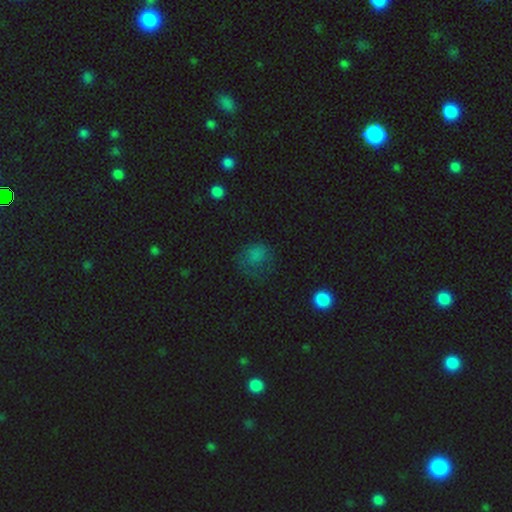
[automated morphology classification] A smooth galaxy with no disk features (66%) that is round (68%). Merging: none (50%).